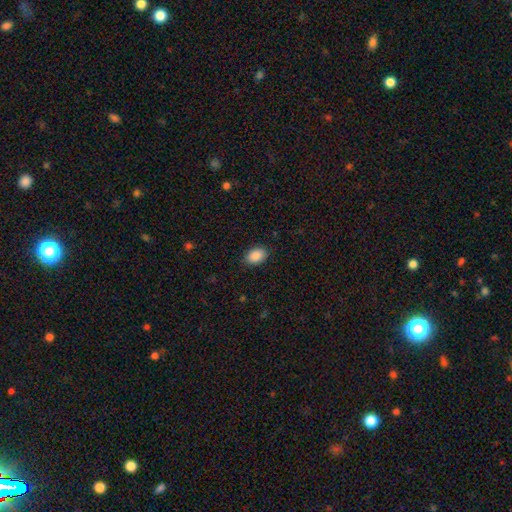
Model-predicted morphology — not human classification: Overall: smooth (90%). How rounded: in between (85%). Merging: none (86%).